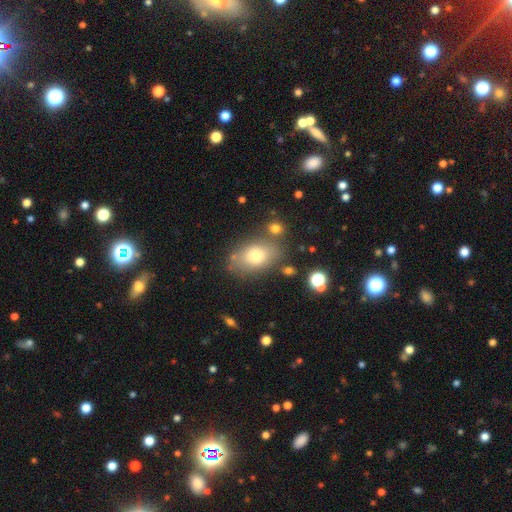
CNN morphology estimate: Overall: smooth (74%). How rounded: in between (83%). Merging: none (73%).